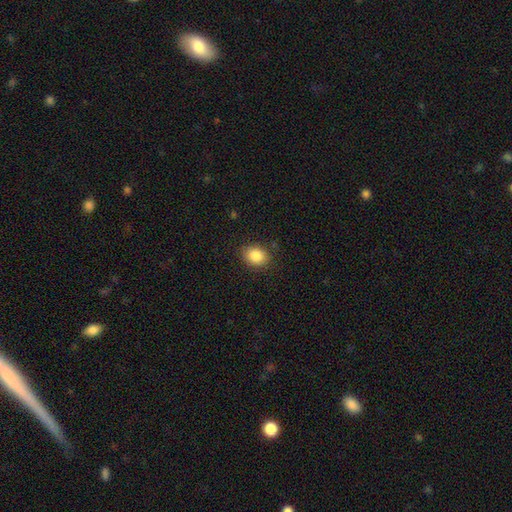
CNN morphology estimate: The model was most divided on "how rounded": in between: 55%, round: 44%, cigar-shaped: 1%. More confident: smooth or featured — smooth (86%); merging — none (84%).